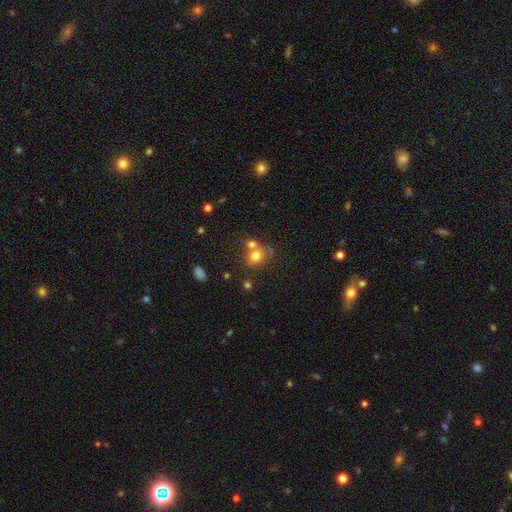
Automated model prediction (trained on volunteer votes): Q: Smooth or featured?
A: smooth (74%); runner-up: star or artifact (13%)
Q: How rounded?
A: round (58%); runner-up: in between (41%)
Q: Merging?
A: none (47%); runner-up: merger (38%)